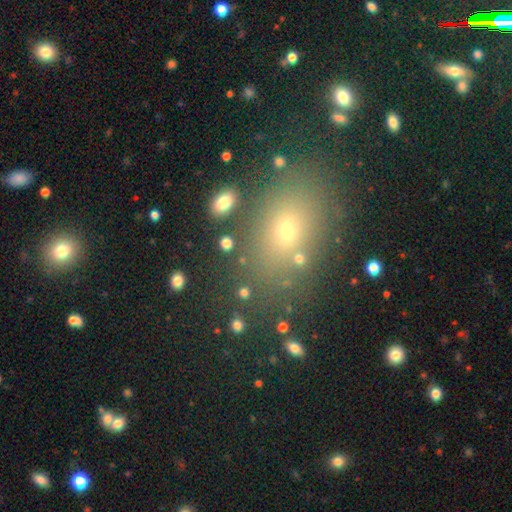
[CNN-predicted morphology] The model was most divided on "smooth or featured": smooth: 65%, star or artifact: 22%, featured or disk: 13%. More confident: merging — none (80%); how rounded — in between (72%).